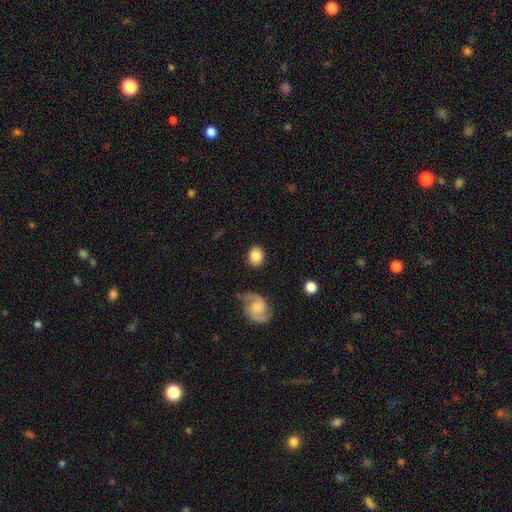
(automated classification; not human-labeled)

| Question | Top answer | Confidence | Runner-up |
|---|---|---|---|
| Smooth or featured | smooth | 79% | featured or disk (14%) |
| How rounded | round | 55% | in between (44%) |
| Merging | none | 82% | minor disturbance (11%) |